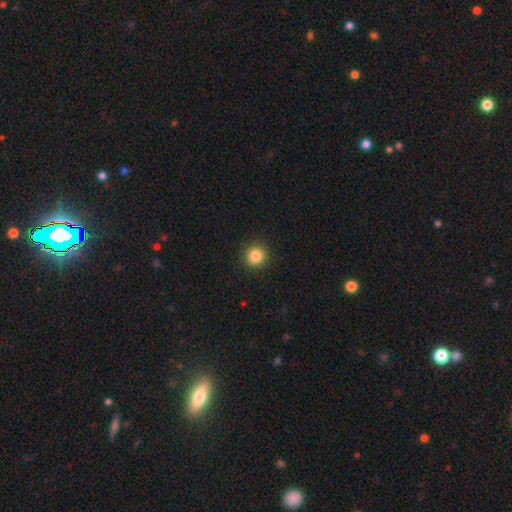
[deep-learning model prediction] Smooth or featured? Predicted: smooth (p=0.85). How rounded? Predicted: round (p=0.93). Merging? Predicted: none (p=0.92).